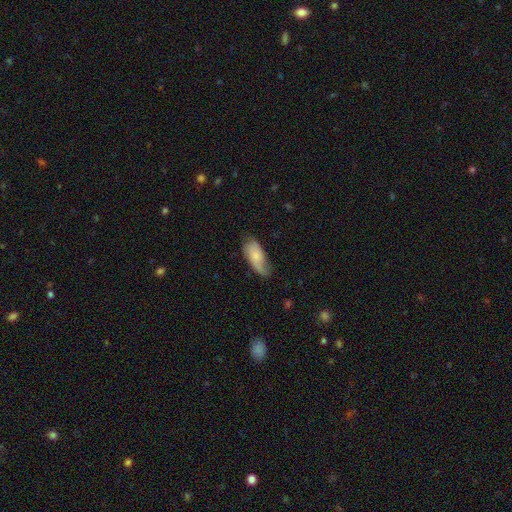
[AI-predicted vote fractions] Q: Smooth or featured?
A: smooth (67%); runner-up: featured or disk (27%)
Q: How rounded?
A: in between (84%); runner-up: cigar-shaped (14%)
Q: Merging?
A: none (54%); runner-up: minor disturbance (32%)